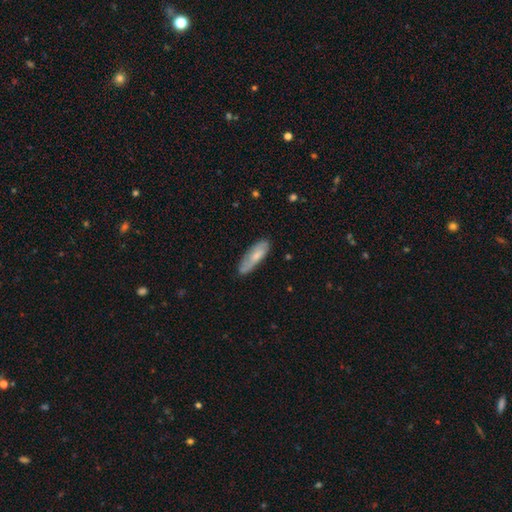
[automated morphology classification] Smooth or featured? Predicted: smooth (p=0.61). How rounded? Predicted: in between (p=0.50). Merging? Predicted: none (p=0.75).